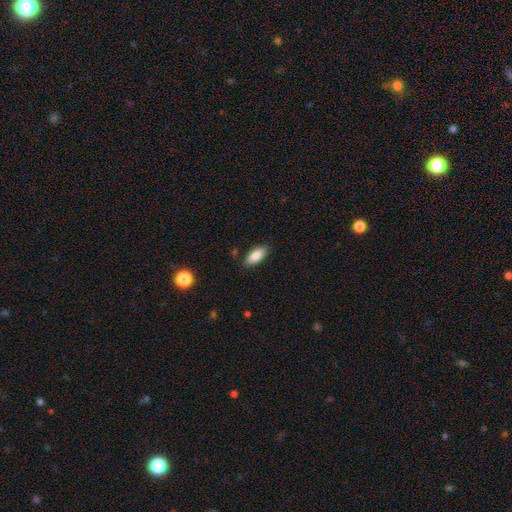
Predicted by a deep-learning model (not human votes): Smooth or featured: smooth — 85% (featured or disk — 8%)
How rounded: in between — 85% (cigar-shaped — 12%)
Merging: none — 86% (minor disturbance — 11%)